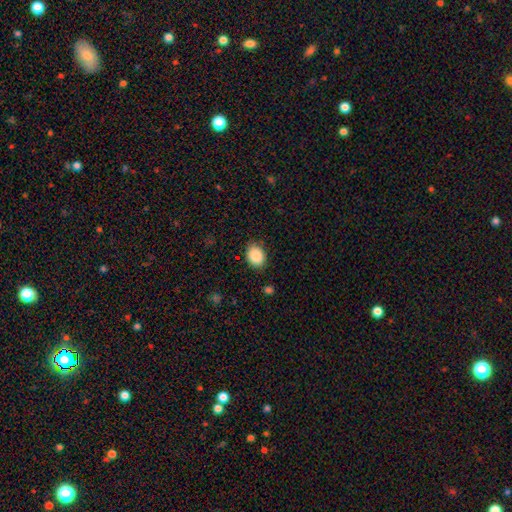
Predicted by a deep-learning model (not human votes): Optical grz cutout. It shows a smooth galaxy with no disk features (88%) that is in between round and cigar-shaped (57%). Merging: none (85%).